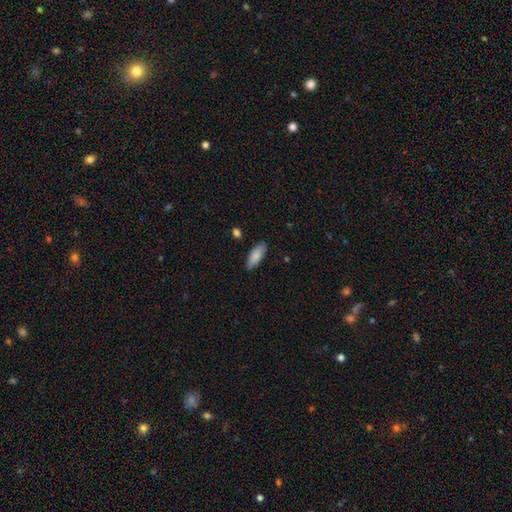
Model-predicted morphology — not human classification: A smooth galaxy with no disk features (86%) that is in between round and cigar-shaped (71%). Merging: none (85%).